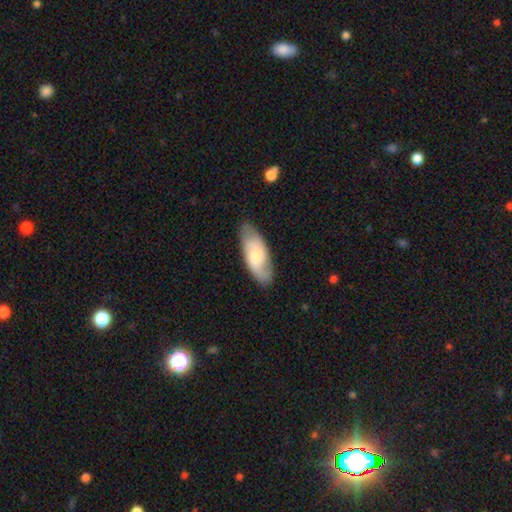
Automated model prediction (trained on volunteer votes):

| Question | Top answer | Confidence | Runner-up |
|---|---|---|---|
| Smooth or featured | smooth | 52% | featured or disk (43%) |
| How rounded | in between | 80% | cigar-shaped (17%) |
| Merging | none | 78% | minor disturbance (17%) |